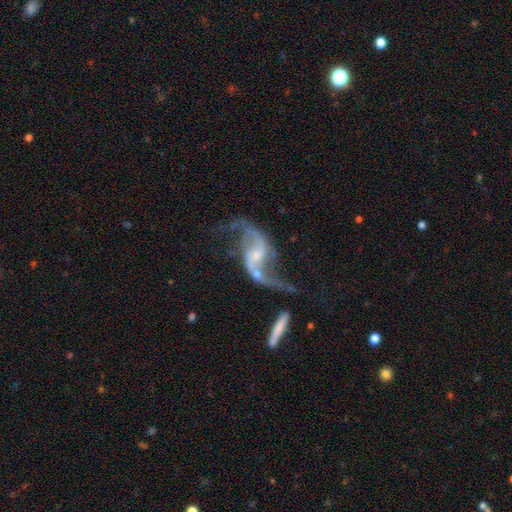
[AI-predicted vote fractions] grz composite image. It shows a featured or disk galaxy (90%) with a weak bar (43%), 2 (93%) loose (83%) spiral arms (95%) and a small central bulge (56%). Merging: none (52%).